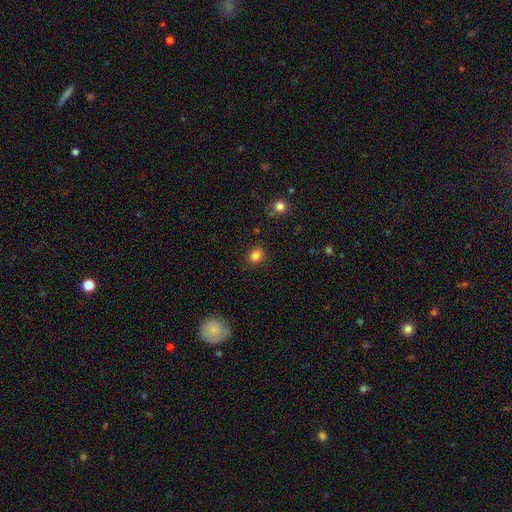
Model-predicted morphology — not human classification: Overall: smooth (83%). How rounded: round (77%). Merging: none (87%).